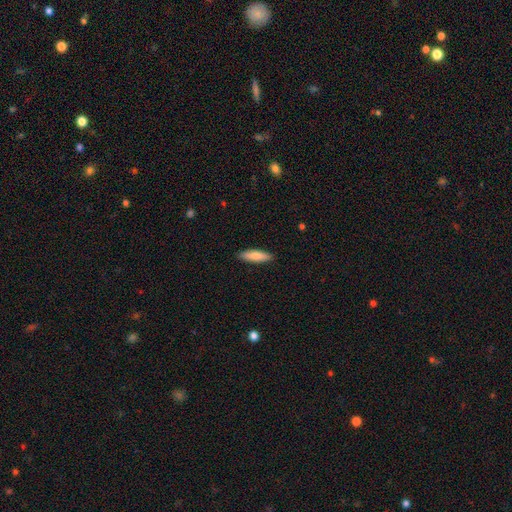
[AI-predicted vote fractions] smooth_or_featured: smooth (p=0.82) [alt: featured or disk p=0.12]
how_rounded: cigar-shaped (p=0.66) [alt: in between p=0.32]
merging: none (p=0.90) [alt: minor disturbance p=0.07]